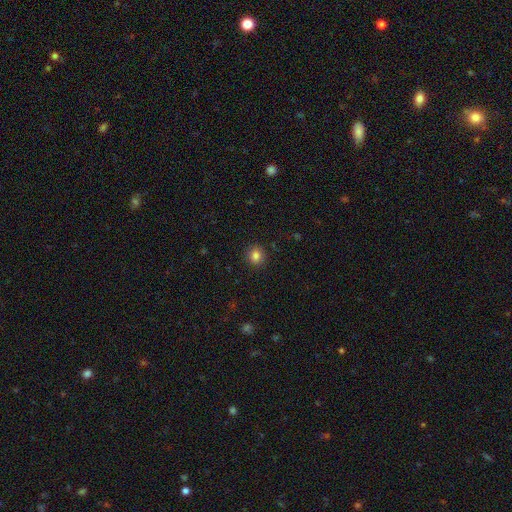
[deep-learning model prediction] Morphology: type=smooth (83%); roundness=round (88%); merging=none (91%).